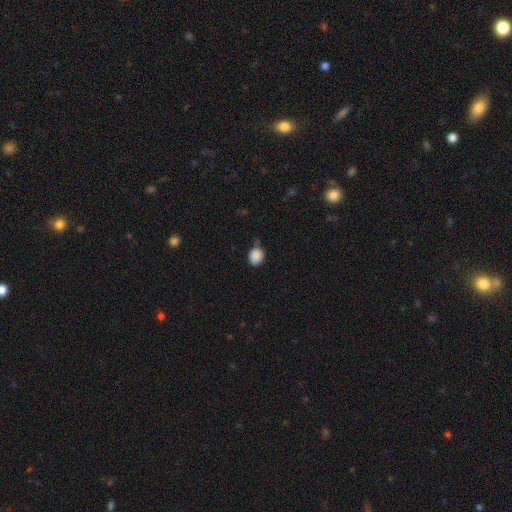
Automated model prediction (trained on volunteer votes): Smooth or featured?
  - smooth: 88% *
  - star or artifact: 9%
  - featured or disk: 3%
How rounded?
  - round: 62% *
  - in between: 37%
  - cigar-shaped: 1%
Merging?
  - none: 64% *
  - minor disturbance: 27%
  - major disturbance: 5%
  - merger: 4%